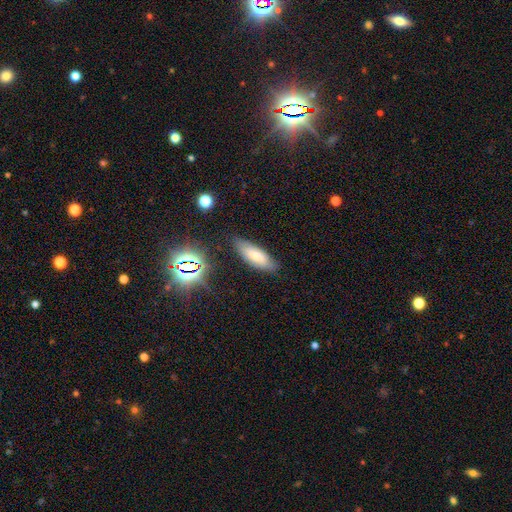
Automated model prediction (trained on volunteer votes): Morphology: type=smooth (73%); roundness=in between (67%); merging=none (80%).